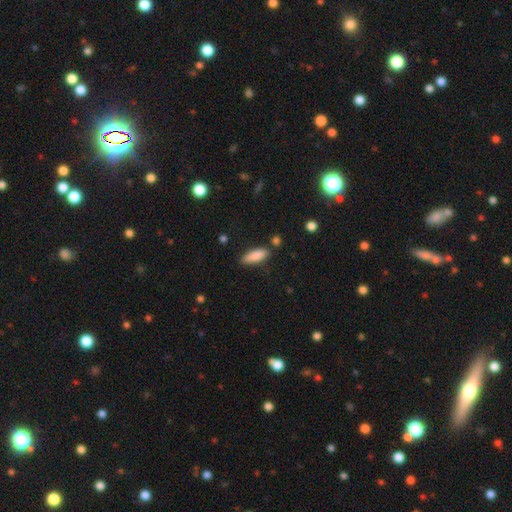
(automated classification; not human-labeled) This appears to be a smooth galaxy with no disk features (86%) that is in between round and cigar-shaped (57%). Merging: none (79%).